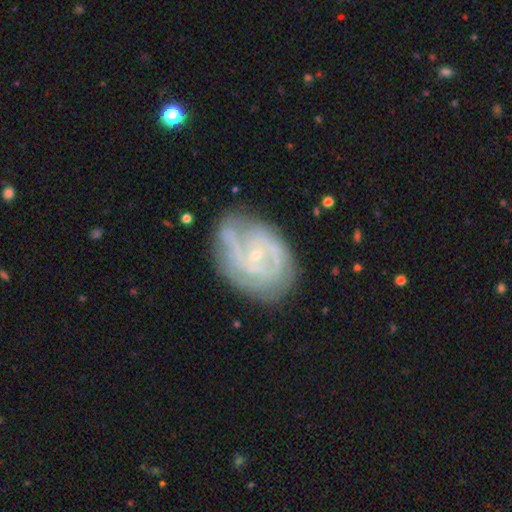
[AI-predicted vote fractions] smooth-or-featured: featured or disk: 81% | smooth: 12% | star or artifact: 7%
  disk-edge-on: no: 97% | yes: 3%
    bar: no: 61% | weak: 32% | strong: 7%
    has-spiral-arms: yes: 89% | no: 11%
      spiral-winding: tight: 56% | medium: 34% | loose: 10%
      spiral-arm-count: can't tell: 34% | 2: 30% | 3: 18% | 4: 8% | 1: 6% | more than 4: 5%
    bulge-size: small: 82% | moderate: 14% | none: 2% | large: 1% | dominant: 1%
  merging: none: 64% | minor disturbance: 24% | major disturbance: 9% | merger: 3%